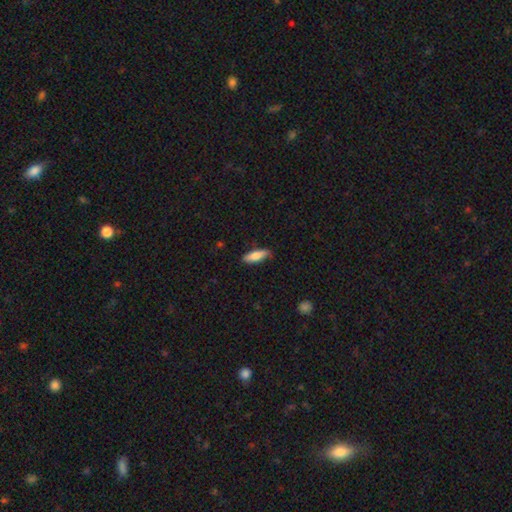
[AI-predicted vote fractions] smooth 78%, featured or disk 16%, star or artifact 6%. Down the decision tree: how rounded — in between (51%); merging — none (81%).